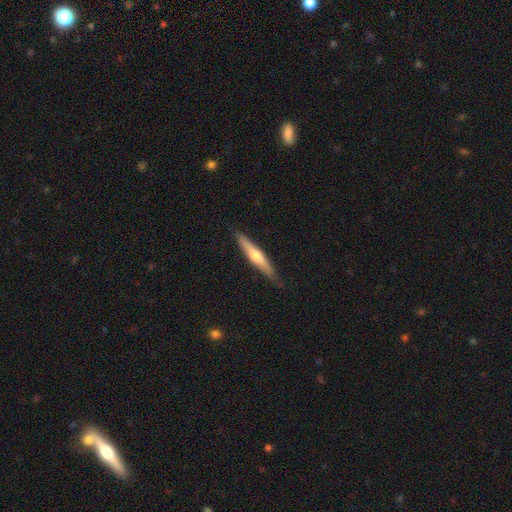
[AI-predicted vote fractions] Smooth or featured? featured or disk (51%)
Edge-on disk? yes (95%)
Merging? none (86%)